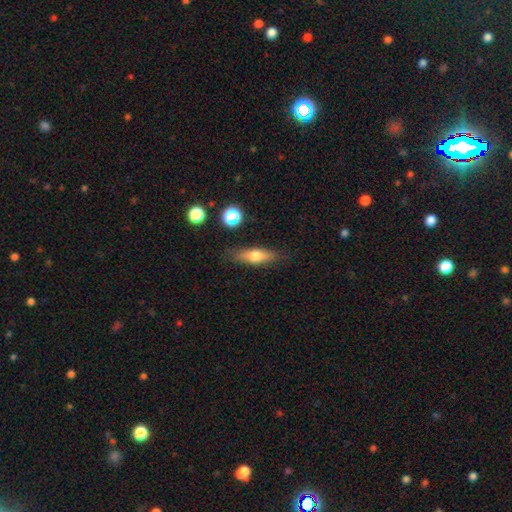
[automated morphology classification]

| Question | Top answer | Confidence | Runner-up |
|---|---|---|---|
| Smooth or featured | smooth | 63% | featured or disk (29%) |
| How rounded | in between | 51% | cigar-shaped (45%) |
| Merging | none | 80% | minor disturbance (14%) |